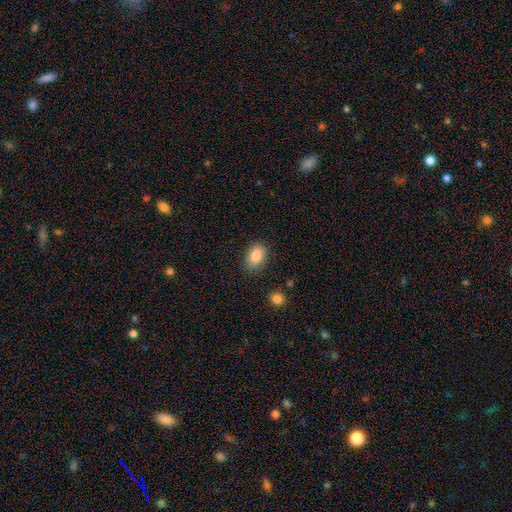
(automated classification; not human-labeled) Morphology: type=smooth (86%); roundness=in between (88%); merging=none (83%).